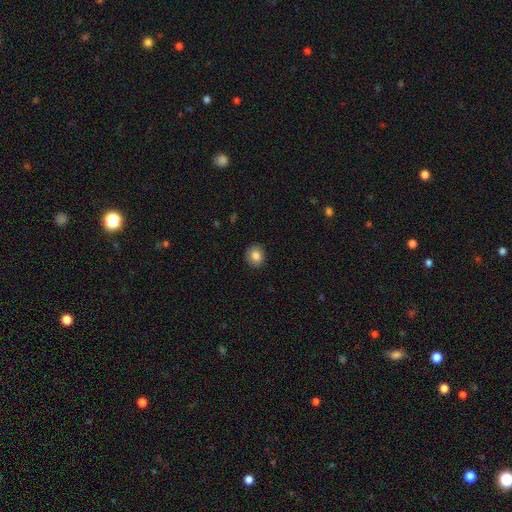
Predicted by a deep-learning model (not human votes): A smooth galaxy with no disk features (85%) that is round (79%).

Vote fractions:
- Smooth or featured? smooth: 85% / star or artifact: 9% / featured or disk: 6%
- How rounded? round: 79% / in between: 21% / cigar-shaped: 1%
- Merging? none: 90% / minor disturbance: 7% / major disturbance: 2% / merger: 1%